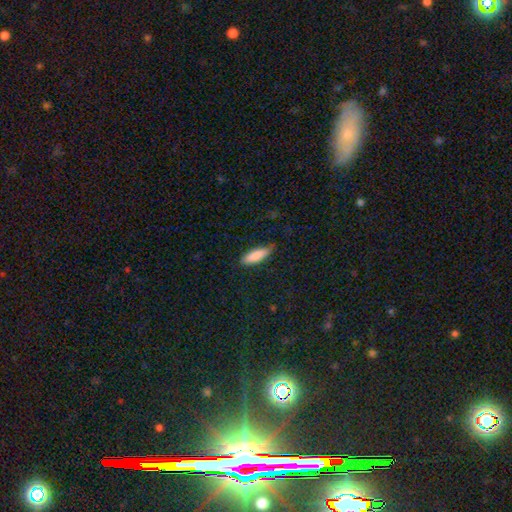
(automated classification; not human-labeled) A smooth galaxy with no disk features (86%) that is in between round and cigar-shaped (58%).

Vote fractions:
- Smooth or featured? smooth: 86% / featured or disk: 8% / star or artifact: 6%
- How rounded? in between: 58% / cigar-shaped: 41% / round: 2%
- Merging? none: 78% / minor disturbance: 17% / major disturbance: 3% / merger: 1%